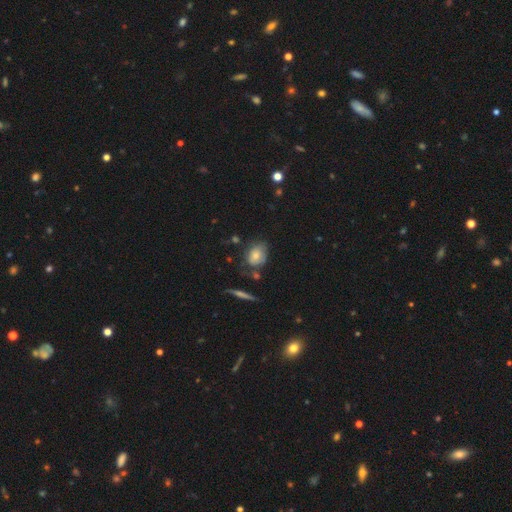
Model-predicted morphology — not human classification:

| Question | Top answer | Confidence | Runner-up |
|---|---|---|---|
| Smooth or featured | smooth | 69% | featured or disk (21%) |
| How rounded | in between | 59% | round (39%) |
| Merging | none | 57% | minor disturbance (26%) |